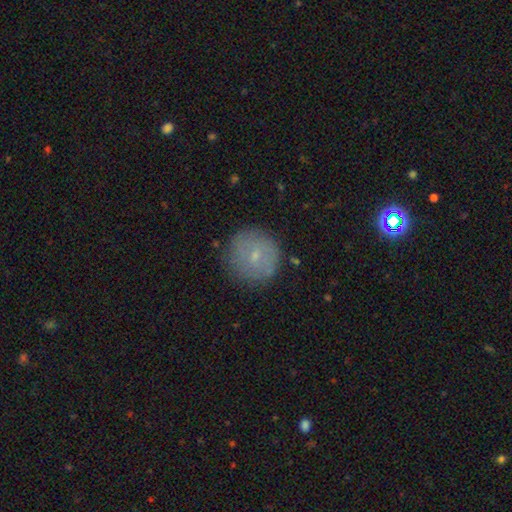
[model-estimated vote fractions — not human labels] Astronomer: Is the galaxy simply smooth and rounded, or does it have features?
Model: smooth — 64%.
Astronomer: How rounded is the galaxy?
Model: round — 94%.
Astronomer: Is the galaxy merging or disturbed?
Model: none — 85%.